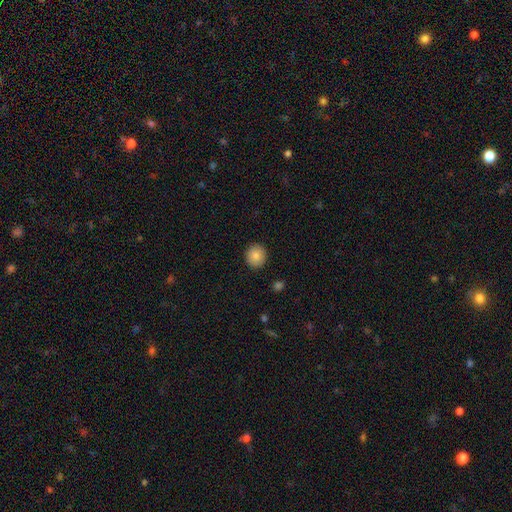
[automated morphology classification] A smooth galaxy with no disk features (85%) that is round (89%).

Vote fractions:
- Smooth or featured? smooth: 85% / star or artifact: 9% / featured or disk: 6%
- How rounded? round: 89% / in between: 10% / cigar-shaped: 1%
- Merging? none: 91% / minor disturbance: 6% / major disturbance: 2% / merger: 1%